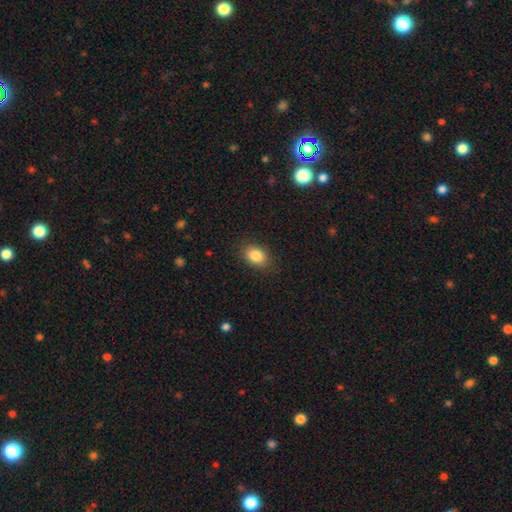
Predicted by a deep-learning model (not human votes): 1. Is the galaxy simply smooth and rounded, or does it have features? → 85% smooth, 8% star or artifact, 6% featured or disk.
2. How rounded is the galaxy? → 77% in between, 22% round, 1% cigar-shaped.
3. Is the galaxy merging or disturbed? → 86% none, 10% minor disturbance, 3% major disturbance, 1% merger.